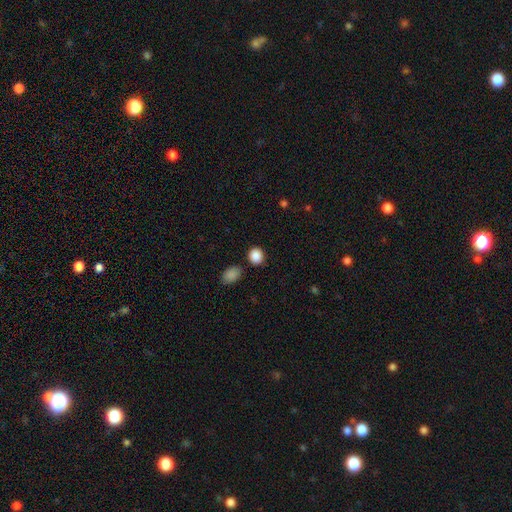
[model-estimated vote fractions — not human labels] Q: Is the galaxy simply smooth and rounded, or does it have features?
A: smooth — 88%.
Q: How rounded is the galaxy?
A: round — 76%.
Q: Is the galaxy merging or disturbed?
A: none — 82%.